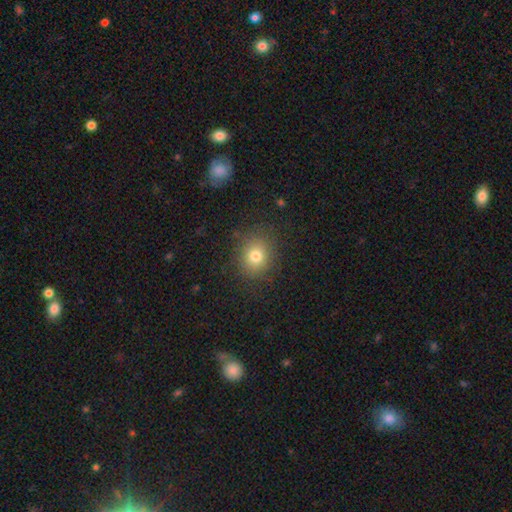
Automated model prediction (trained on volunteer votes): smooth 77%, star or artifact 14%, featured or disk 9%. Down the decision tree: how rounded — round (76%); merging — none (85%).